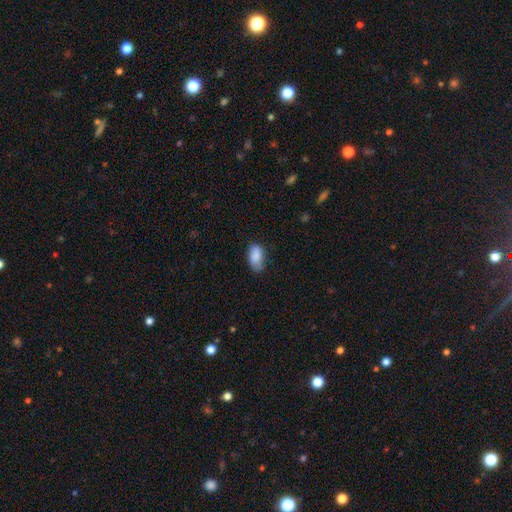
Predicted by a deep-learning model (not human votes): Morphology: type=smooth (86%); roundness=in between (92%); merging=none (68%).